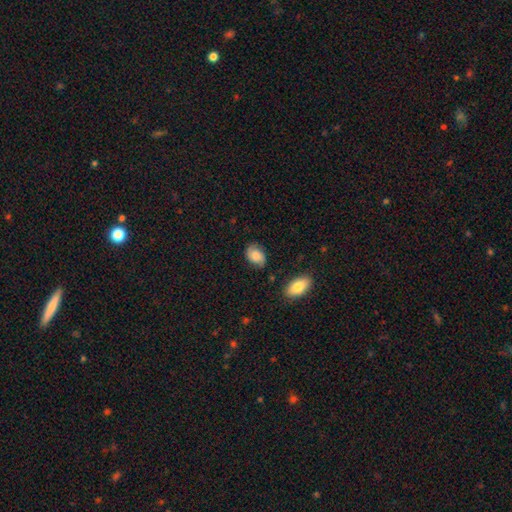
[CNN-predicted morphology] smooth_or_featured: smooth (p=0.70) [alt: featured or disk p=0.22]
how_rounded: in between (p=0.83) [alt: round p=0.15]
merging: none (p=0.72) [alt: minor disturbance p=0.21]